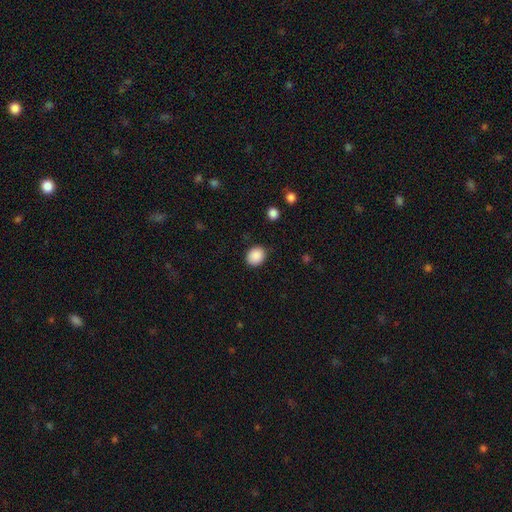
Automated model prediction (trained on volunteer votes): smooth 89%, star or artifact 8%, featured or disk 3%. Down the decision tree: how rounded — round (61%); merging — none (87%).